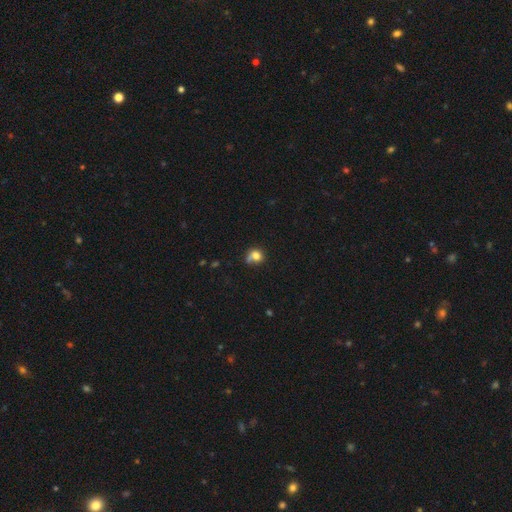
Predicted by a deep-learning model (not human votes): Smooth or featured?
  - smooth: 74% *
  - featured or disk: 14%
  - star or artifact: 11%
How rounded?
  - round: 69% *
  - in between: 30%
  - cigar-shaped: 1%
Merging?
  - none: 45% *
  - minor disturbance: 26%
  - major disturbance: 16%
  - merger: 13%